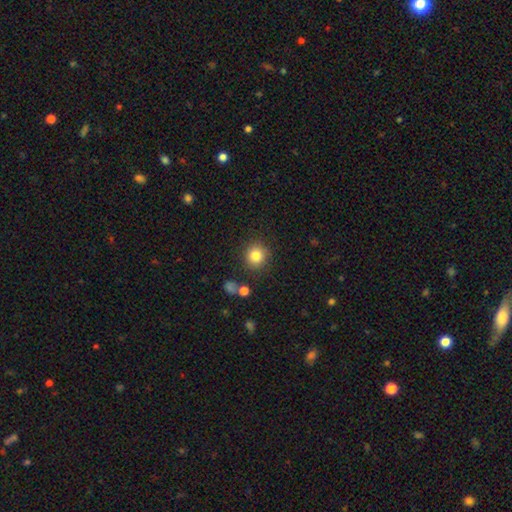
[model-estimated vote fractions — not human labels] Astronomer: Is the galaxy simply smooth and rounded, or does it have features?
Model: smooth — 82%.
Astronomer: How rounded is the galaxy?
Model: round — 92%.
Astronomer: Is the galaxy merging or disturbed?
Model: none — 87%.